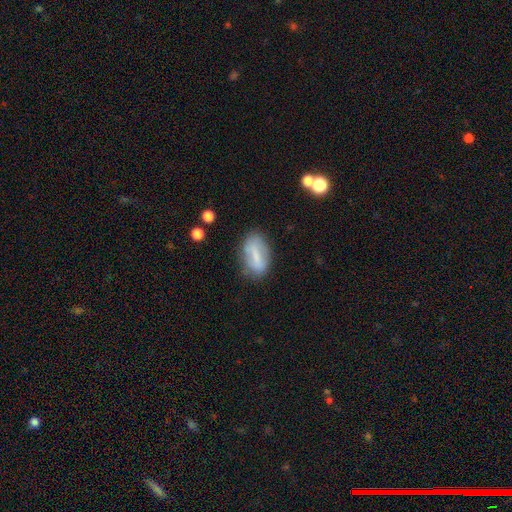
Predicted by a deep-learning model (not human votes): smooth-or-featured: smooth: 60% | featured or disk: 32% | star or artifact: 8%
  how-rounded: in between: 85% | cigar-shaped: 10% | round: 5%
  merging: none: 71% | minor disturbance: 20% | major disturbance: 6% | merger: 3%